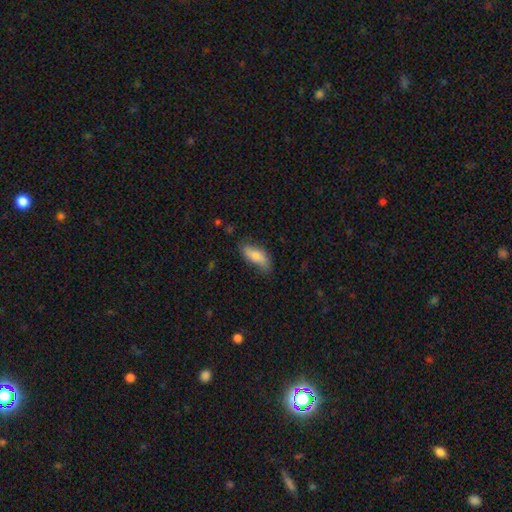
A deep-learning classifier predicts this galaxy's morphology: type=smooth (72%); roundness=in between (73%); merging=none (69%).